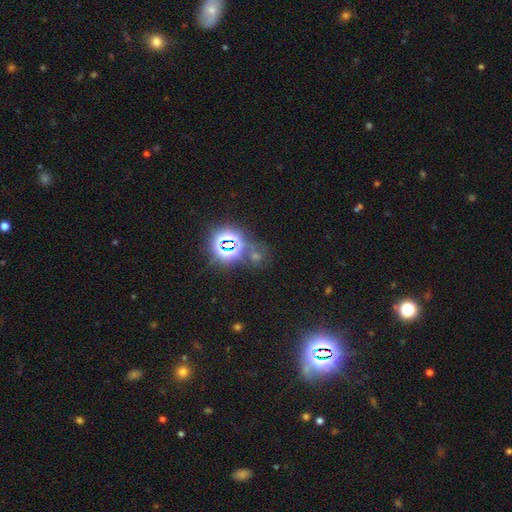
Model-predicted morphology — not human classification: Smooth or featured?
  - star or artifact: 72% *
  - smooth: 20%
  - featured or disk: 8%